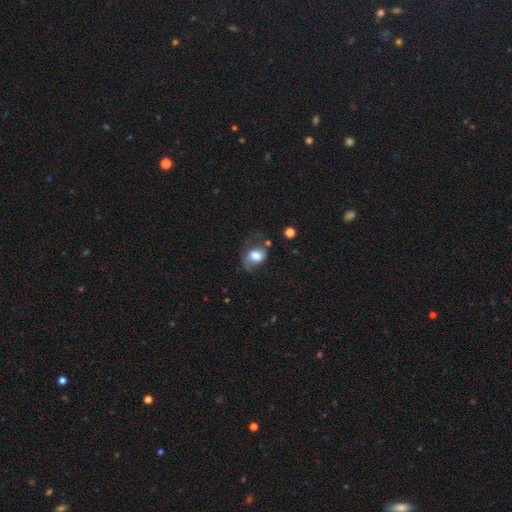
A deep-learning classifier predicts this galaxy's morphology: type=smooth (65%); roundness=in between (63%); merging=none (37%).